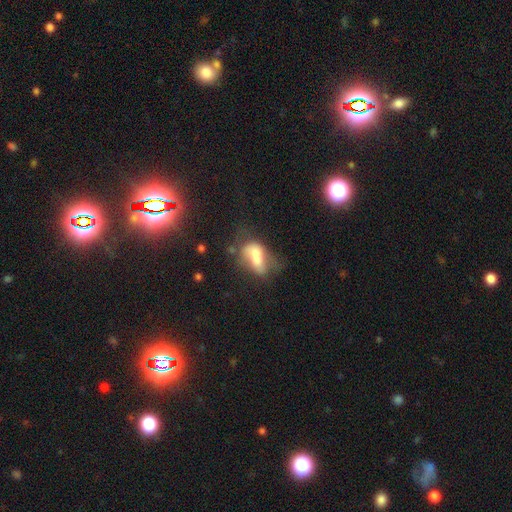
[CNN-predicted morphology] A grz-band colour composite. It shows a smooth galaxy with no disk features (55%) that is in between round and cigar-shaped (83%). Merging: merger (48%).